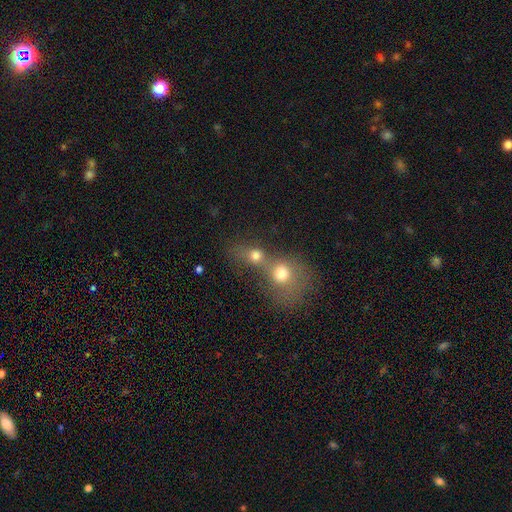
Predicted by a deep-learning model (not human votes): smooth_or_featured: smooth (p=0.72) [alt: featured or disk p=0.14]
how_rounded: round (p=0.73) [alt: in between p=0.25]
merging: merger (p=0.70) [alt: none p=0.21]